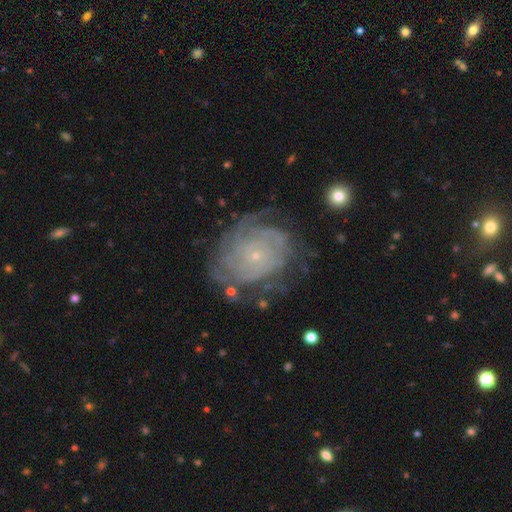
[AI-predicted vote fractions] A featured or disk galaxy (80%) with no bar (84%), tight (78%) spiral arms (90%) and a small central bulge (88%).

Vote fractions:
- Smooth or featured? featured or disk: 80% / smooth: 12% / star or artifact: 7%
- Edge-on disk? no: 97% / yes: 3%
- Bar? no: 84% / weak: 13% / strong: 3%
- Spiral arms? yes: 90% / no: 10%
- Spiral winding? tight: 78% / medium: 17% / loose: 5%
- Spiral arm count? can't tell: 45% / 4: 14% / 3: 12% / 2: 12% / more than 4: 11% / 1: 6%
- Bulge size? small: 88% / moderate: 7% / none: 2% / large: 1% / dominant: 1%
- Merging? none: 67% / minor disturbance: 20% / major disturbance: 11% / merger: 3%